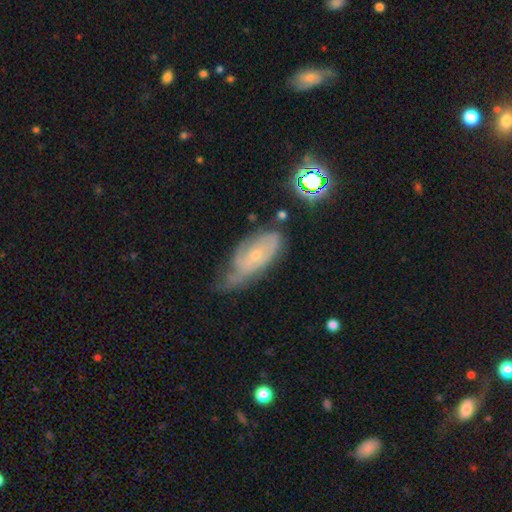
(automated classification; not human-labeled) Overall: featured or disk (66%). Edge-on disk: no (91%). Bar: no (76%). Spiral arms: yes (81%). Bulge size: small (71%). Merging: none (38%, tied with minor disturbance).